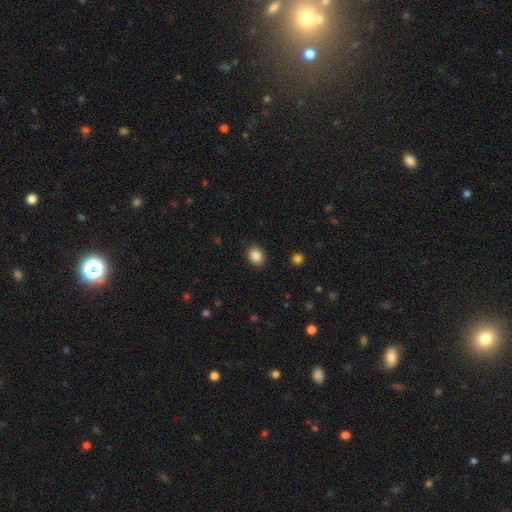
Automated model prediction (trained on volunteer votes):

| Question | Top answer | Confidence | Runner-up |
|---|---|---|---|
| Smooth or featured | smooth | 86% | star or artifact (9%) |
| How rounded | round | 54% | in between (45%) |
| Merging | none | 89% | minor disturbance (8%) |